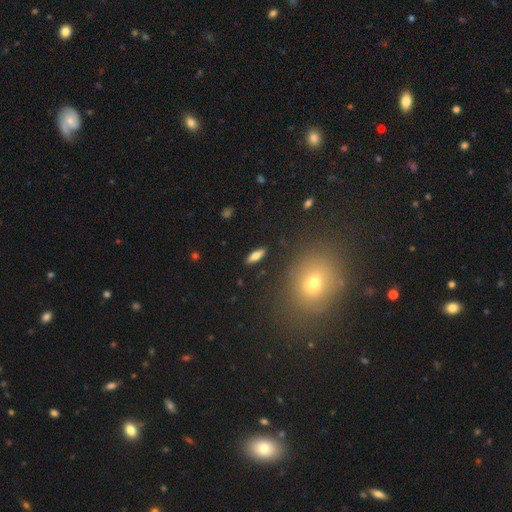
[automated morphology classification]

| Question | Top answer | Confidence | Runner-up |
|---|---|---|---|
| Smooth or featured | smooth | 68% | featured or disk (23%) |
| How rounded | in between | 55% | cigar-shaped (41%) |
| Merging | none | 89% | minor disturbance (7%) |